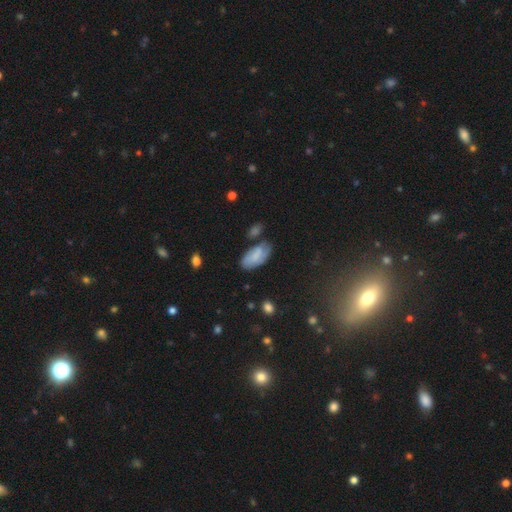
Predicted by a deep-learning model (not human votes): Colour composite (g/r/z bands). It shows a smooth galaxy with no disk features (65%) that is in between round and cigar-shaped (93%). Merging: none (58%).